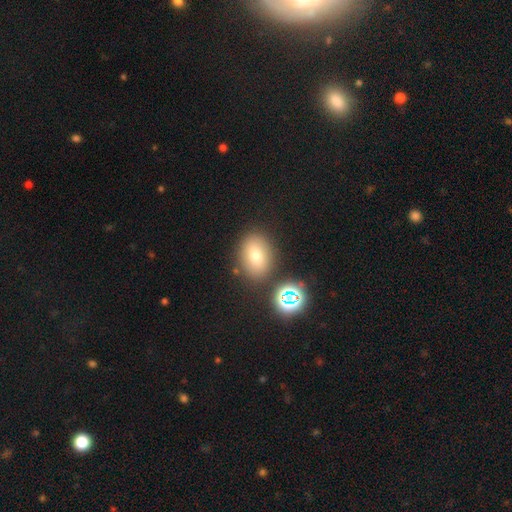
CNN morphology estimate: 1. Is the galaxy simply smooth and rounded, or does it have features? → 71% smooth, 15% star or artifact, 14% featured or disk.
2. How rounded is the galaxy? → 72% in between, 27% round, 1% cigar-shaped.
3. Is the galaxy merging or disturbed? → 79% none, 11% minor disturbance, 7% merger, 3% major disturbance.